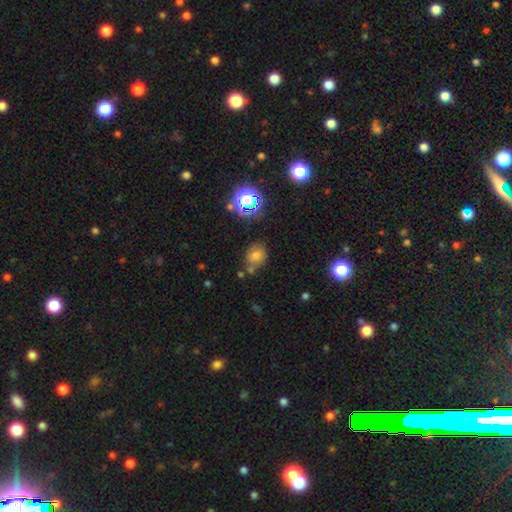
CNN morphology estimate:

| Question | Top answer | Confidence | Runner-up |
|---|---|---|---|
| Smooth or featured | smooth | 66% | star or artifact (21%) |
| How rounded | in between | 50% | round (49%) |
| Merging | none | 65% | minor disturbance (18%) |